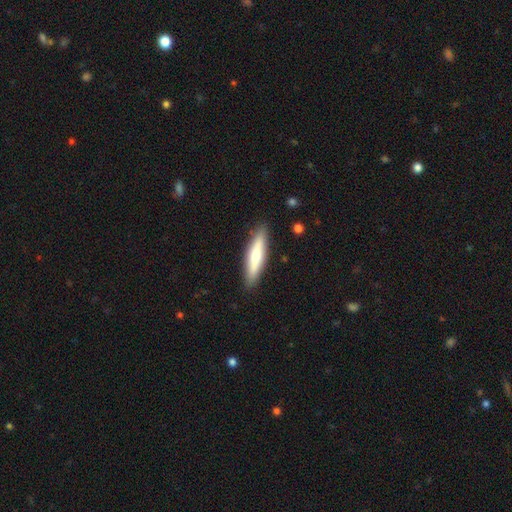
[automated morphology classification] Smooth or featured: smooth — 62% (featured or disk — 32%)
How rounded: cigar-shaped — 82% (in between — 17%)
Merging: none — 89% (minor disturbance — 8%)